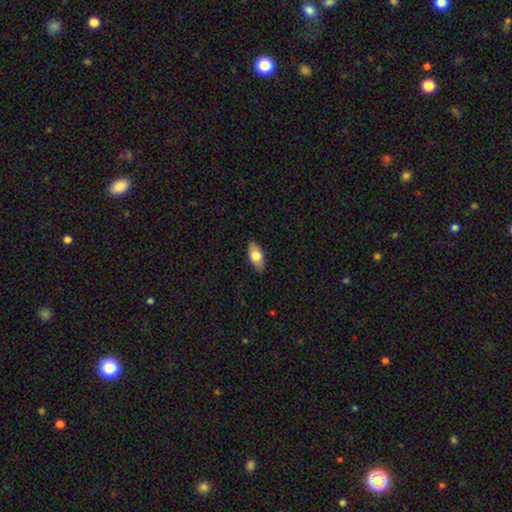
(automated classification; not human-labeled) smooth 75%, featured or disk 19%, star or artifact 6%. Down the decision tree: how rounded — in between (89%); merging — none (89%).